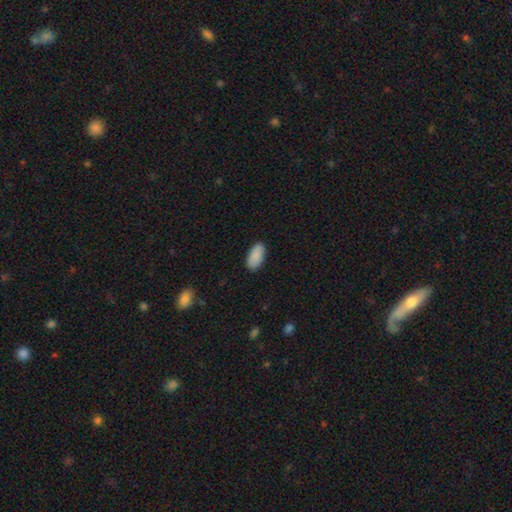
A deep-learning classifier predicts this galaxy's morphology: Smooth or featured: smooth — 90% (star or artifact — 6%)
How rounded: in between — 94% (cigar-shaped — 4%)
Merging: none — 89% (minor disturbance — 8%)